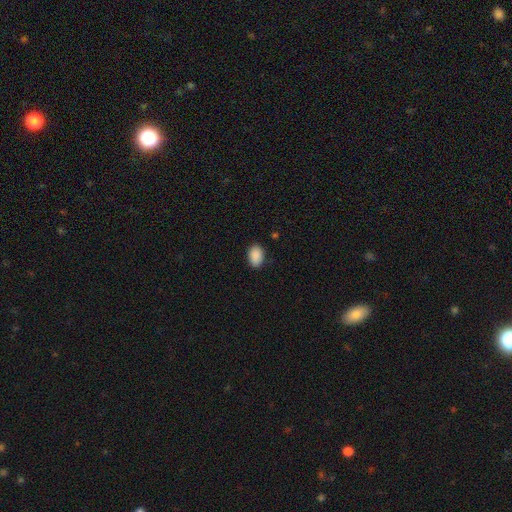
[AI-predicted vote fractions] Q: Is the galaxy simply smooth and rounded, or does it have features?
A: smooth — 90%.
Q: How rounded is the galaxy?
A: in between — 87%.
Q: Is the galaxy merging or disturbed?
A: none — 86%.